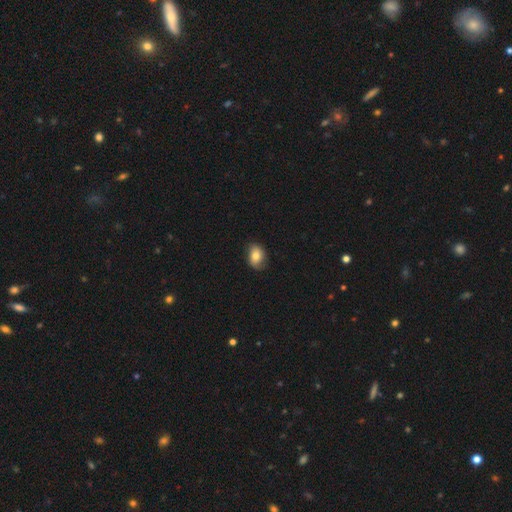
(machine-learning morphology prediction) The model was most divided on "how rounded": in between: 77%, round: 22%, cigar-shaped: 1%. More confident: merging — none (76%); smooth or featured — smooth (75%).